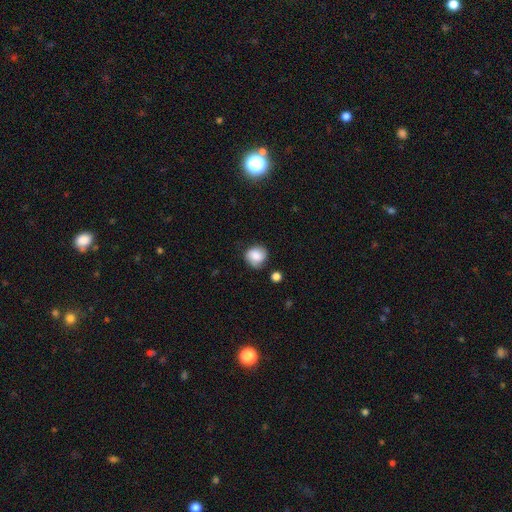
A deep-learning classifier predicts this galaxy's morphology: This appears to be a smooth galaxy with no disk features (75%) that is round (80%). Merging: none (70%).